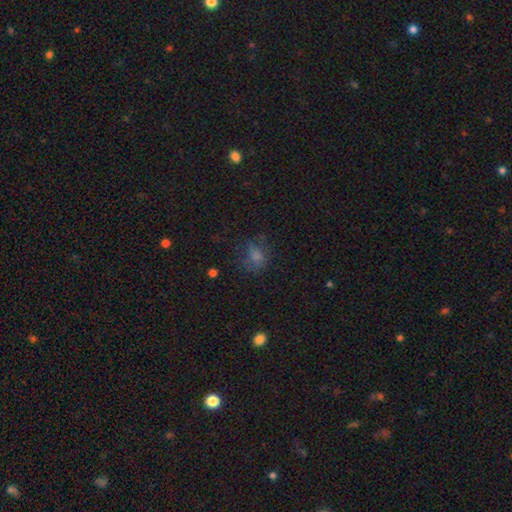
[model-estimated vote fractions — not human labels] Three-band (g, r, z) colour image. It shows a smooth galaxy with no disk features (60%) that is round (59%). Merging: none (61%).